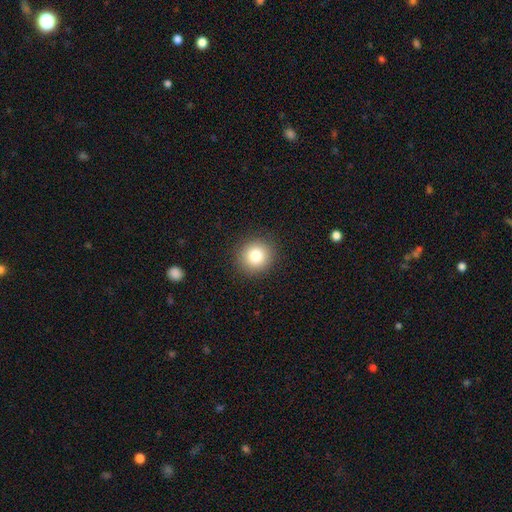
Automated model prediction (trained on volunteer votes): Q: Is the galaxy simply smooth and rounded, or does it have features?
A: smooth — 82%.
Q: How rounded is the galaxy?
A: round — 91%.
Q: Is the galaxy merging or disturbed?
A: none — 91%.